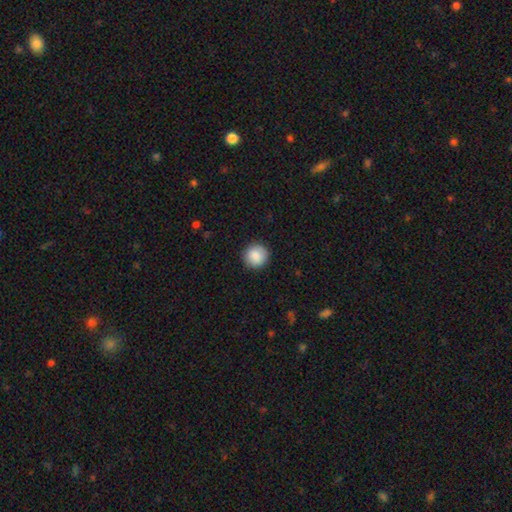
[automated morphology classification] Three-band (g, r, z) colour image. It shows a smooth galaxy with no disk features (88%) that is round (95%). Merging: none (91%).